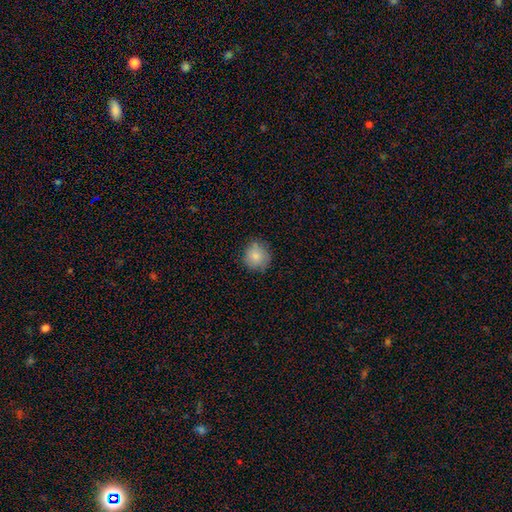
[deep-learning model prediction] smooth-or-featured: smooth: 82% | featured or disk: 9% | star or artifact: 9%
  how-rounded: round: 90% | in between: 9% | cigar-shaped: 1%
  merging: none: 76% | minor disturbance: 18% | major disturbance: 4% | merger: 2%